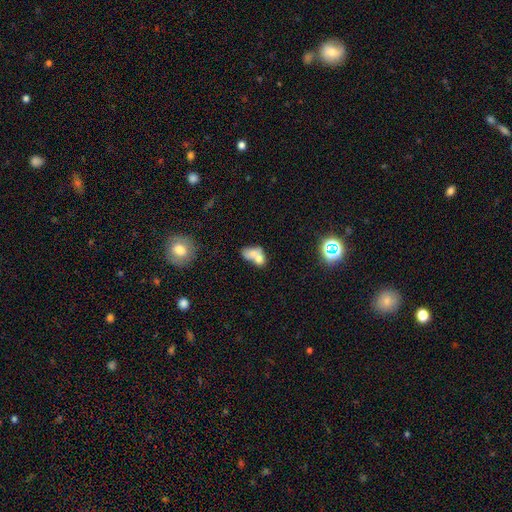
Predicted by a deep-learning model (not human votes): This is likely a smooth galaxy (63%). How rounded: likely in between (71%). Merging: likely merger (70%).